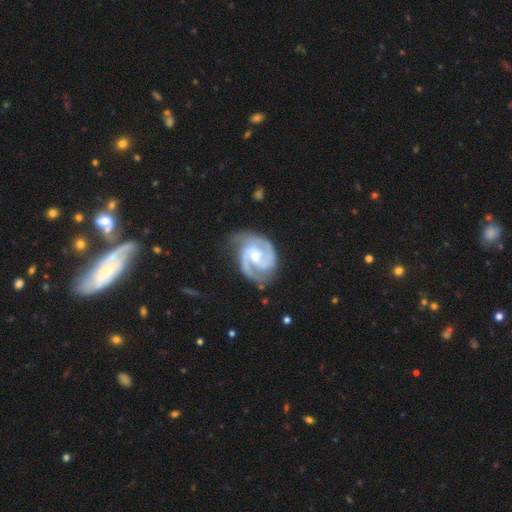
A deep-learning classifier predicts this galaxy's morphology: The model was most divided on "spiral winding": tight: 47%, medium: 46%, loose: 7%. Remaining: spiral arms — yes (98%); edge-on disk — no (98%); smooth or featured — featured or disk (93%); spiral arm count — 2 (82%); merging — none (68%); bulge size — moderate (62%); bar — no (44%).